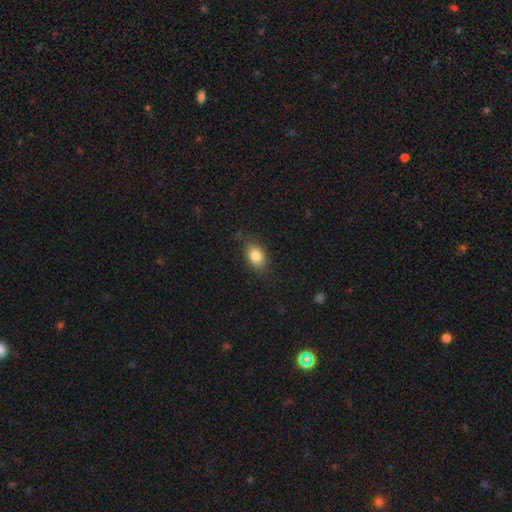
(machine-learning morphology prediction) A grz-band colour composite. It shows a smooth galaxy with no disk features (84%) that is in between round and cigar-shaped (81%). Merging: none (78%).